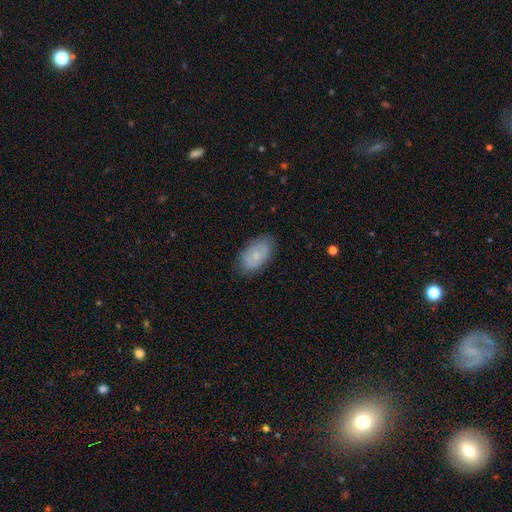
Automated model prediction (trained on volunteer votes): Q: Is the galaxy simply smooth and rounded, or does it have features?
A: smooth — 65%.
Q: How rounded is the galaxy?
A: in between — 92%.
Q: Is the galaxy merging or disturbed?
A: none — 78%.